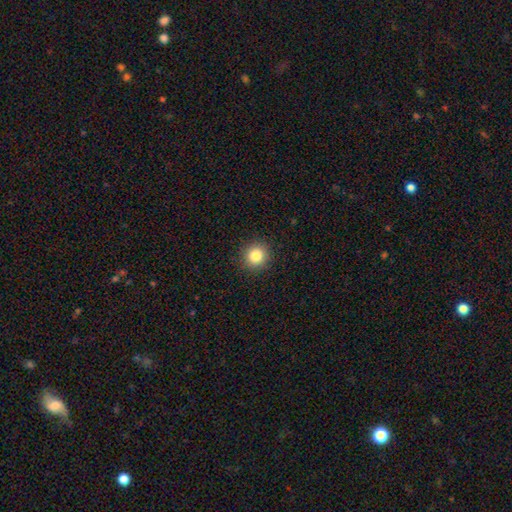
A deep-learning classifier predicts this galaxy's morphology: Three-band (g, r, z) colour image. It shows a smooth galaxy with no disk features (84%) that is round (92%). Merging: none (92%).